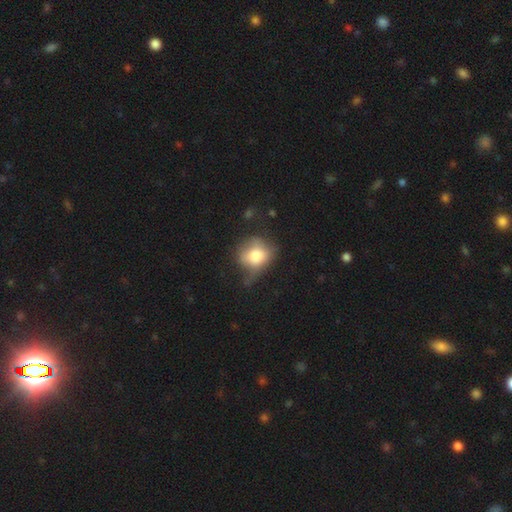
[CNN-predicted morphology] Smooth or featured? smooth (72%)
How rounded? round (64%)
Merging? minor disturbance (37%)